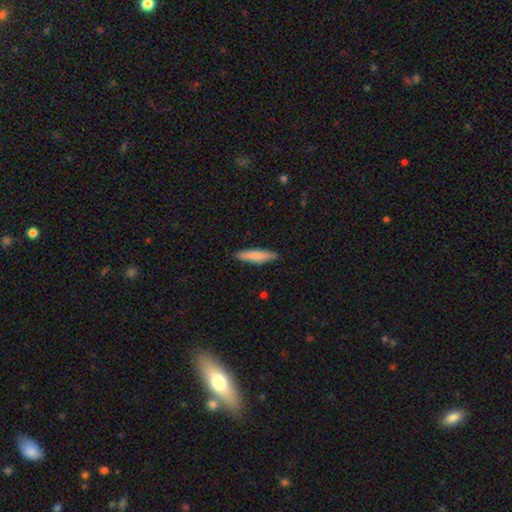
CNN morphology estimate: The model was most divided on "smooth or featured": smooth: 80%, featured or disk: 15%, star or artifact: 5%. More confident: merging — none (89%); how rounded — cigar-shaped (84%).